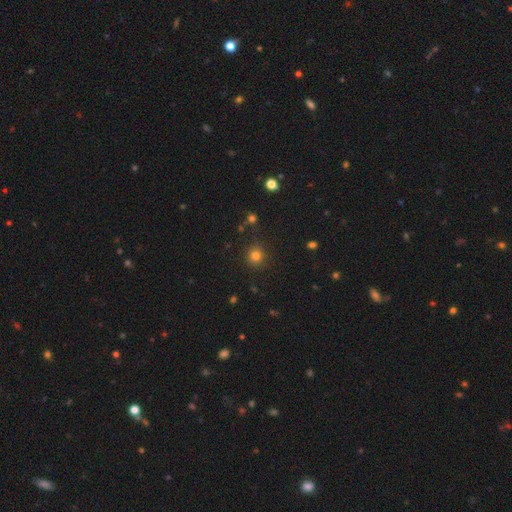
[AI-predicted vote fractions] This is likely a smooth galaxy (78%). How rounded: clearly round (91%). Merging: clearly none (87%).